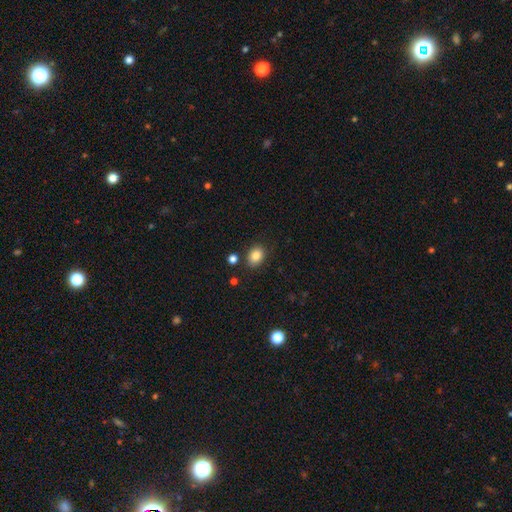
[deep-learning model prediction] Smooth or featured? Predicted: smooth (p=0.85). How rounded? Predicted: in between (p=0.61). Merging? Predicted: none (p=0.81).